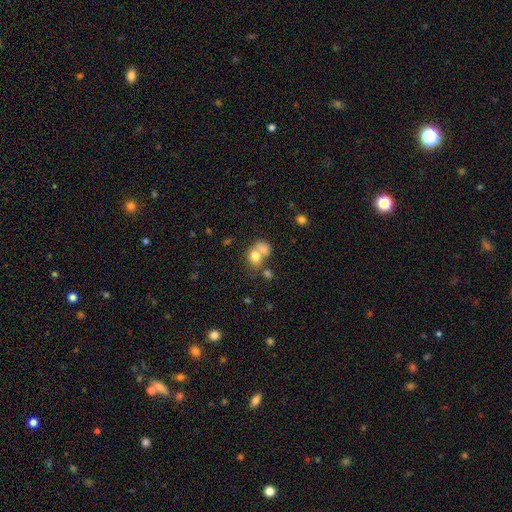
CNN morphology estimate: smooth 75%, featured or disk 15%, star or artifact 10%. Down the decision tree: how rounded — in between (55%); merging — merger (54%).